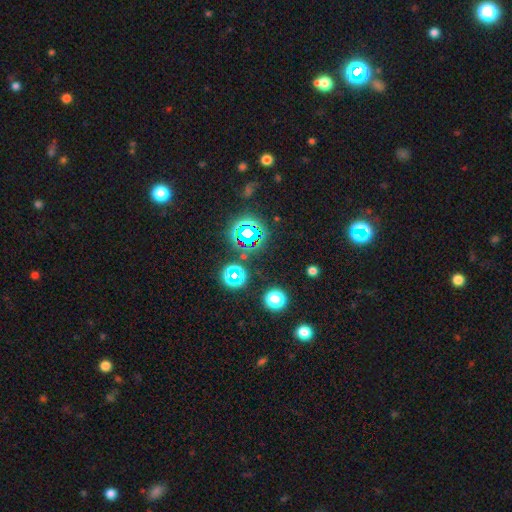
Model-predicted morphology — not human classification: type=star or artifact (77%).